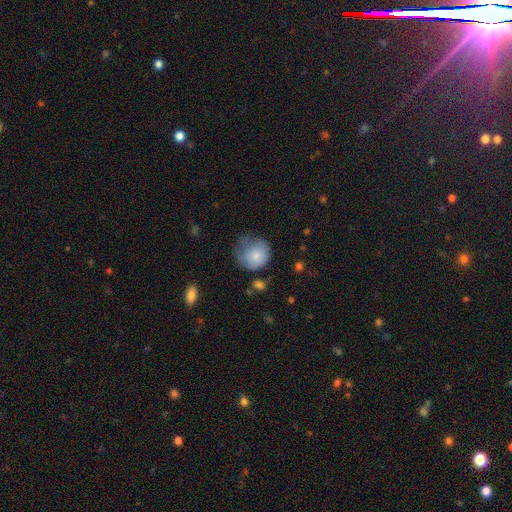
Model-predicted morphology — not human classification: Smooth or featured?
  - smooth: 78% *
  - featured or disk: 14%
  - star or artifact: 8%
How rounded?
  - round: 81% *
  - in between: 18%
  - cigar-shaped: 1%
Merging?
  - none: 38% *
  - minor disturbance: 35%
  - major disturbance: 23%
  - merger: 4%